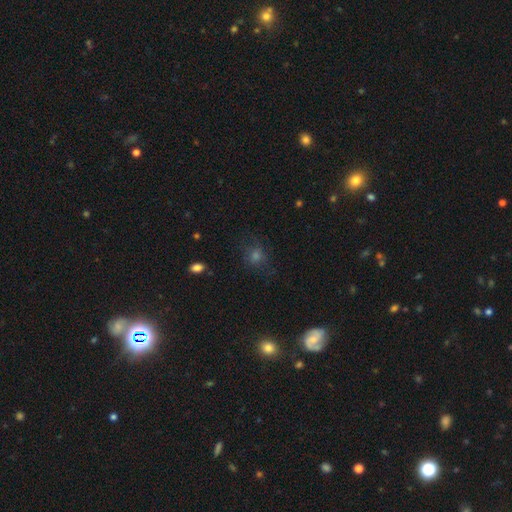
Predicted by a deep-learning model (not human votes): A smooth galaxy with no disk features (47%). Merging: none (73%).